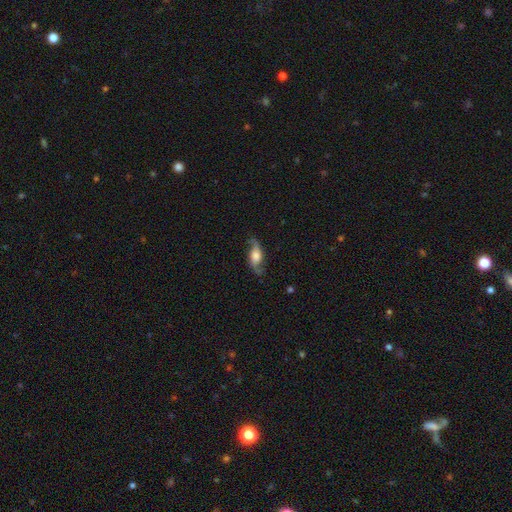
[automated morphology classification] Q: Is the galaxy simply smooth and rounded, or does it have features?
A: featured or disk — 74%.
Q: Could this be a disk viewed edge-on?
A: no — 85%.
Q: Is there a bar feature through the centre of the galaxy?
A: no — 58%.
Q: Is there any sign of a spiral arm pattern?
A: yes — 93%.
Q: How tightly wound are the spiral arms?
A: loose — 74%.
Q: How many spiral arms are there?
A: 2 — 93%.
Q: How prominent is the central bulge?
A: large — 43%.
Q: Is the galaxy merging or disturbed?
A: none — 76%.